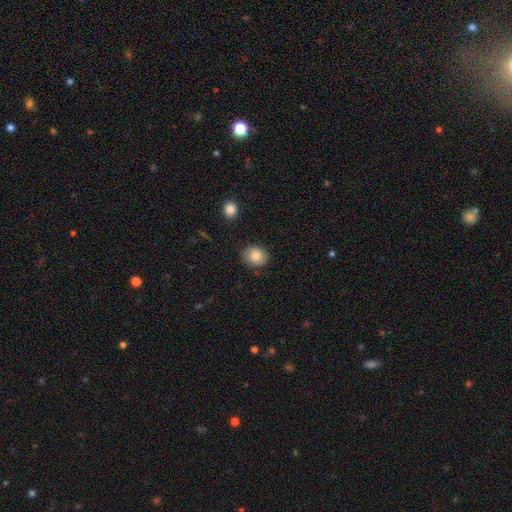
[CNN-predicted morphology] Smooth or featured? smooth (83%)
How rounded? round (68%)
Merging? none (86%)